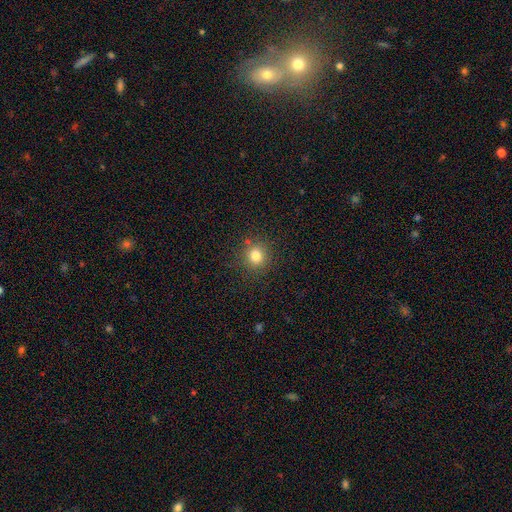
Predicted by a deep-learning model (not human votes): Overall: smooth (81%). How rounded: round (88%). Merging: none (85%).